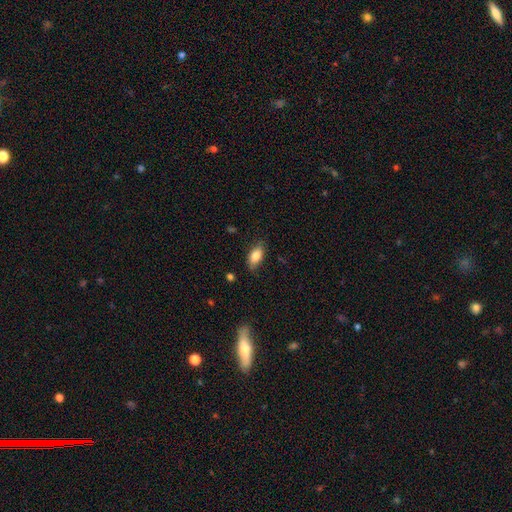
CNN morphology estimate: smooth 82%, featured or disk 12%, star or artifact 7%. Down the decision tree: how rounded — in between (90%); merging — none (80%).